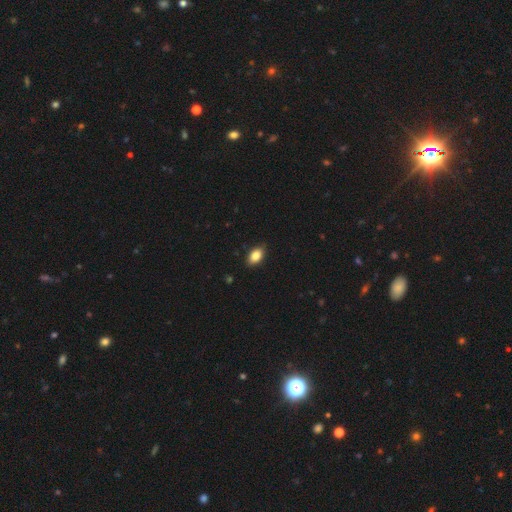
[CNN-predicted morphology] smooth 86%, star or artifact 8%, featured or disk 6%. Down the decision tree: how rounded — in between (89%); merging — none (86%).